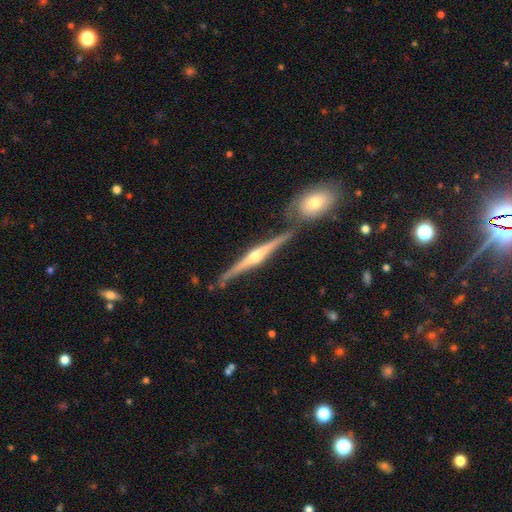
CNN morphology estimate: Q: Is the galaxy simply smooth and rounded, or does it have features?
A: featured or disk — 83%.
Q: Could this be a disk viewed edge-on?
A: yes — 98%.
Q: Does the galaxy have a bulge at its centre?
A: rounded — 88%.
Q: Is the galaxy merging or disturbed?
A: none — 79%.